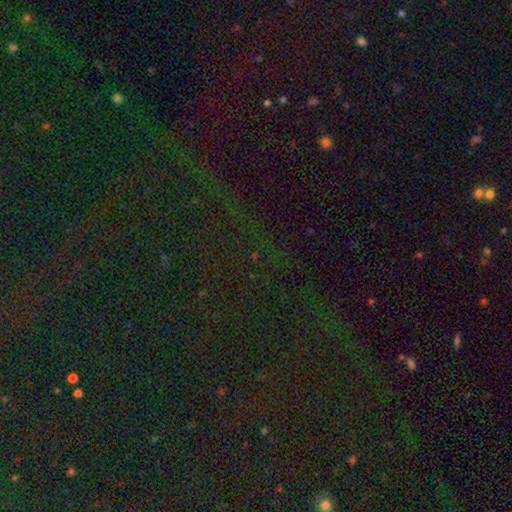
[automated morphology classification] smooth_or_featured: star or artifact (p=0.82) [alt: smooth p=0.11]